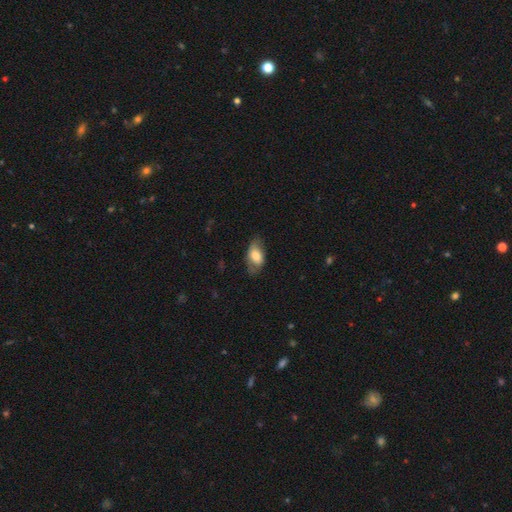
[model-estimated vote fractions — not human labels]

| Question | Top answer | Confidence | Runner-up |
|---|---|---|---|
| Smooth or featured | smooth | 70% | featured or disk (24%) |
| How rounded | in between | 91% | round (6%) |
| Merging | none | 63% | minor disturbance (25%) |